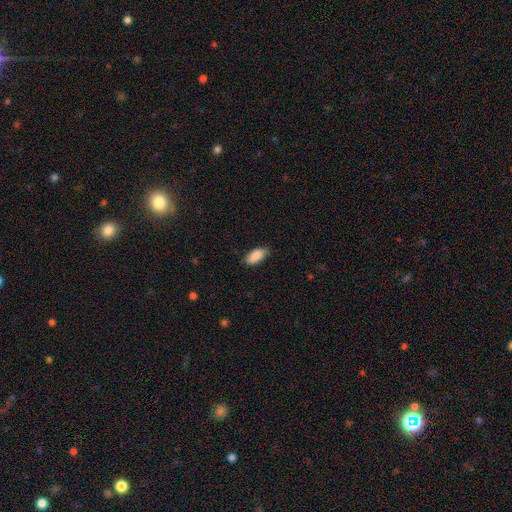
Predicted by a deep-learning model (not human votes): Overall: smooth (90%). How rounded: in between (90%). Merging: none (79%).